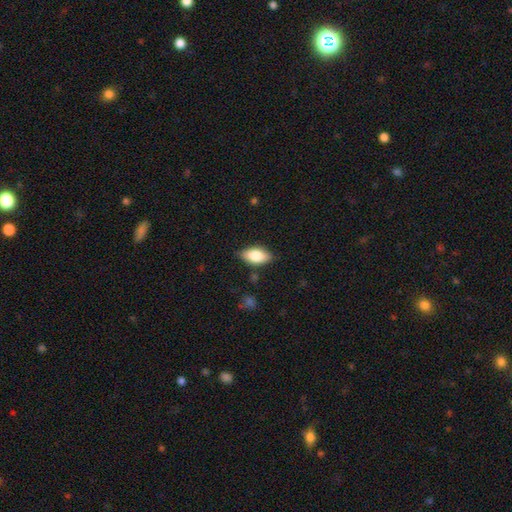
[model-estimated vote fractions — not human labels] This is likely a smooth galaxy (78%). How rounded: clearly in between (90%). Merging: clearly none (83%).